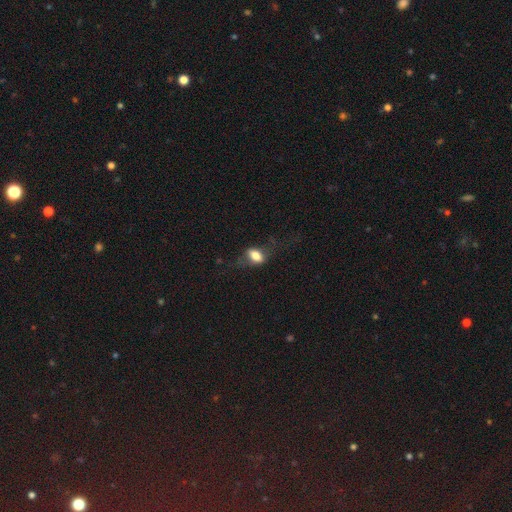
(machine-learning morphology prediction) The model was most divided on "merging": none: 54%, minor disturbance: 23%, major disturbance: 21%, merger: 2%. More confident: how rounded — in between (83%); smooth or featured — smooth (69%).